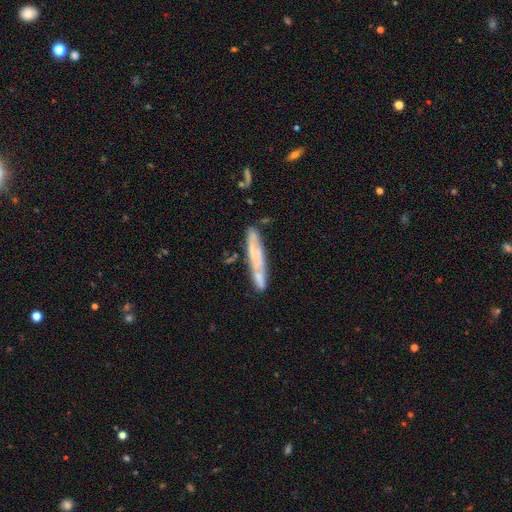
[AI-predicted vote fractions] A featured or disk galaxy (52%) viewed edge-on (61%). Merging: none (68%).